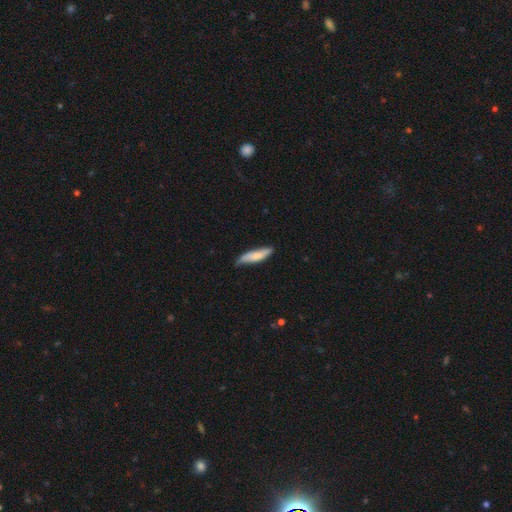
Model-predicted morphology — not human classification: Q: Smooth or featured?
A: smooth (70%); runner-up: featured or disk (24%)
Q: How rounded?
A: cigar-shaped (71%); runner-up: in between (27%)
Q: Merging?
A: none (64%); runner-up: minor disturbance (30%)